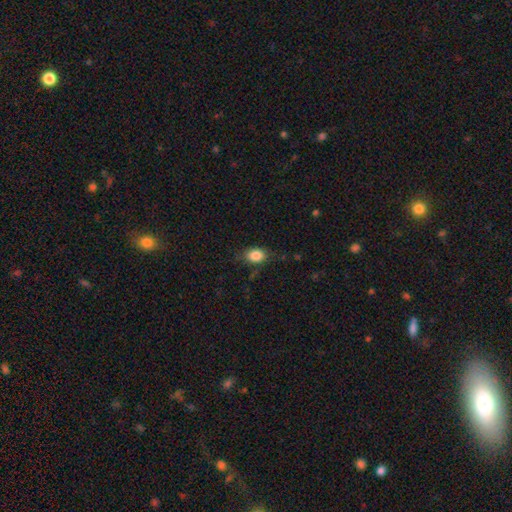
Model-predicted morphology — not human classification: This appears to be a smooth galaxy with no disk features (84%) that is in between round and cigar-shaped (74%). Merging: none (72%).